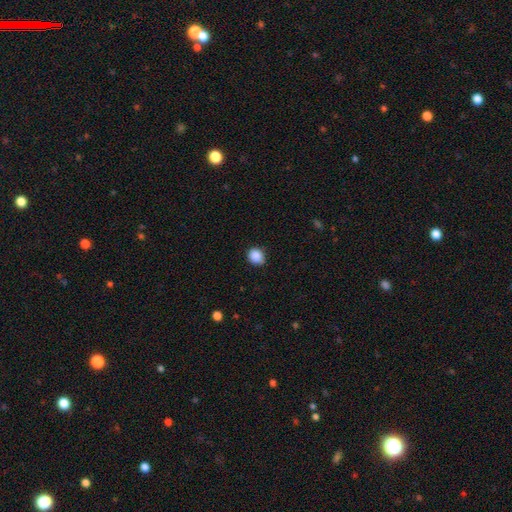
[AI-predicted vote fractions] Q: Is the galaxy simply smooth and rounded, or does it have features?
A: smooth — 88%.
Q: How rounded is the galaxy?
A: round — 65%.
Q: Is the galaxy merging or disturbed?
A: none — 79%.